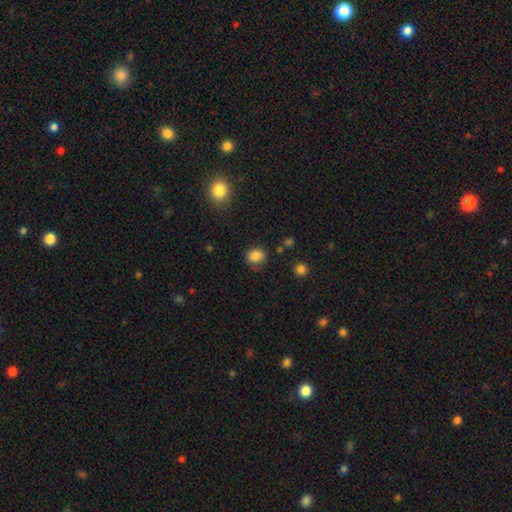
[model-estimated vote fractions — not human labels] A smooth galaxy with no disk features (84%) that is round (66%).

Vote fractions:
- Smooth or featured? smooth: 84% / star or artifact: 11% / featured or disk: 5%
- How rounded? round: 66% / in between: 33% / cigar-shaped: 1%
- Merging? none: 77% / minor disturbance: 16% / major disturbance: 4% / merger: 3%